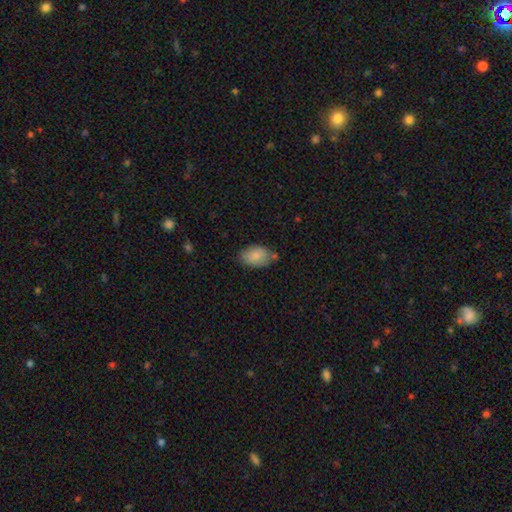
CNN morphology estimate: The model was most divided on "merging": none: 65%, minor disturbance: 24%, merger: 6%, major disturbance: 5%. More confident: how rounded — in between (90%); smooth or featured — smooth (84%).